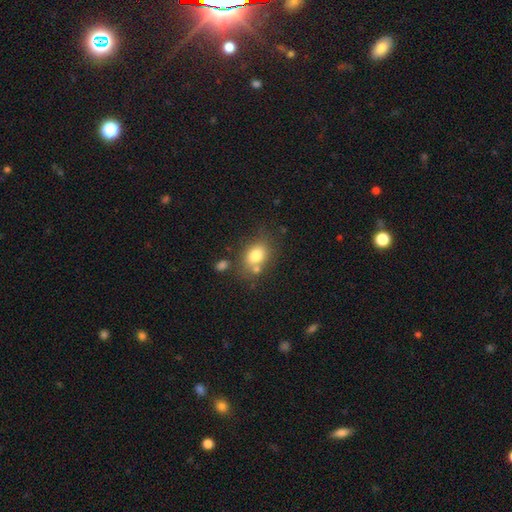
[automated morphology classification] The model was most divided on "how rounded": in between: 64%, round: 34%, cigar-shaped: 1%. More confident: smooth or featured — smooth (78%); merging — none (60%).